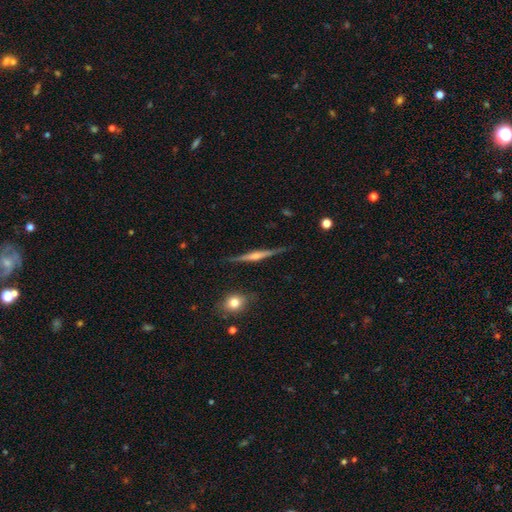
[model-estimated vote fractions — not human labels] smooth_or_featured: featured or disk (p=0.78) [alt: smooth p=0.16]
disk_edge_on: yes (p=0.98) [alt: no p=0.02]
edge_on_bulge: rounded (p=0.75) [alt: boxy p=0.14]
merging: none (p=0.87) [alt: minor disturbance p=0.09]